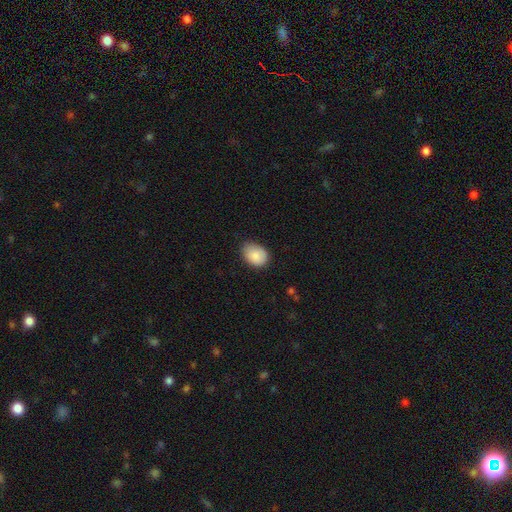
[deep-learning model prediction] A smooth galaxy with no disk features (88%) that is in between round and cigar-shaped (76%). Merging: none (64%).